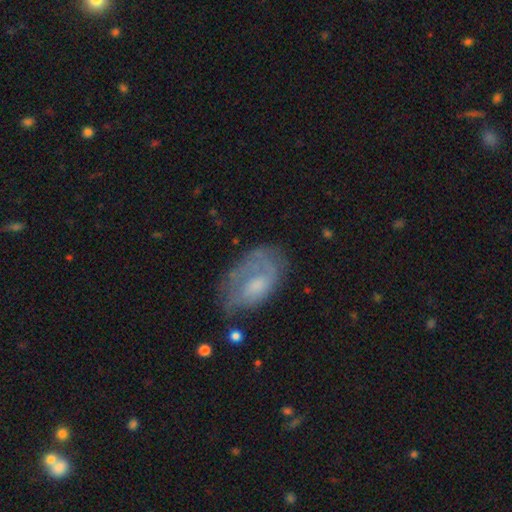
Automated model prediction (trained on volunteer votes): Smooth or featured? featured or disk (54%)
Edge-on disk? no (93%)
Bar? no (59%)
Spiral arms? yes (68%)
Bulge size? moderate (43%)
Merging? none (65%)